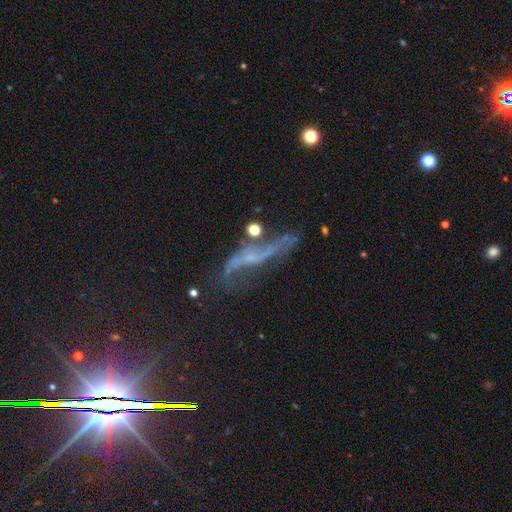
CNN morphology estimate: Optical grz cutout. It shows a featured or disk galaxy (61%). Merging: none (47%).